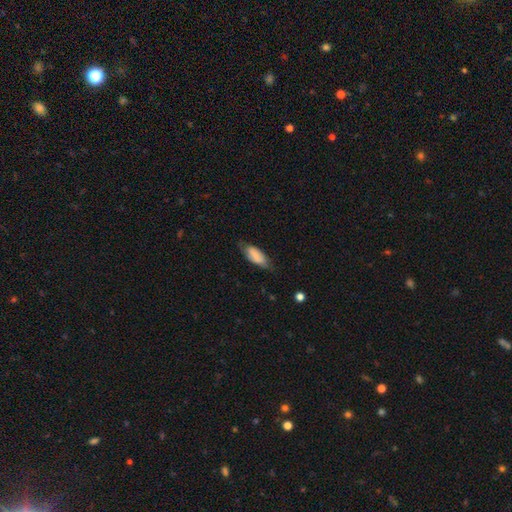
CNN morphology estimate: Smooth or featured? smooth (72%)
How rounded? in between (83%)
Merging? none (64%)